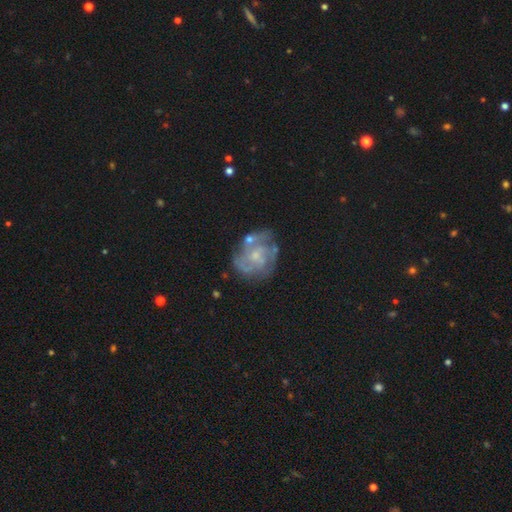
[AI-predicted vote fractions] The model was most divided on "spiral winding": tight: 46%, medium: 41%, loose: 13%. Remaining: edge-on disk — no (98%); spiral arms — yes (80%); smooth or featured — featured or disk (76%); bar — no (68%); bulge size — small (60%); merging — none (60%); spiral arm count — can't tell (36%).